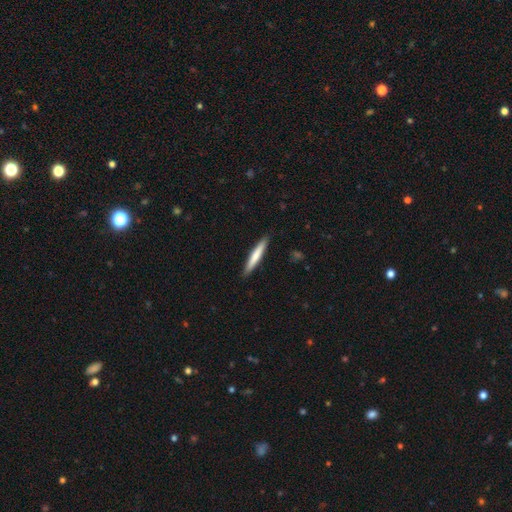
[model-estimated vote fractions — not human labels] Overall: smooth (69%). How rounded: cigar-shaped (94%). Merging: none (90%).